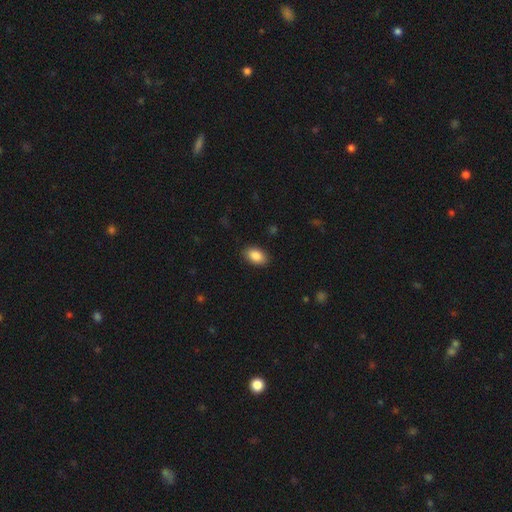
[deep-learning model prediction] smooth_or_featured: smooth (p=0.88) [alt: star or artifact p=0.07]
how_rounded: in between (p=0.91) [alt: round p=0.08]
merging: none (p=0.88) [alt: minor disturbance p=0.08]